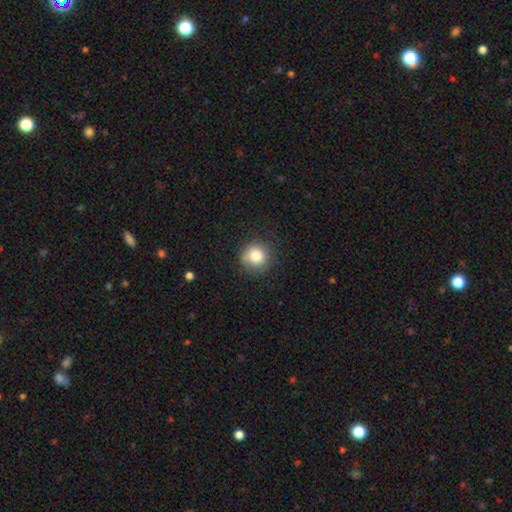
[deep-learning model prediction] smooth 84%, star or artifact 10%, featured or disk 6%. Down the decision tree: how rounded — round (91%); merging — none (79%).